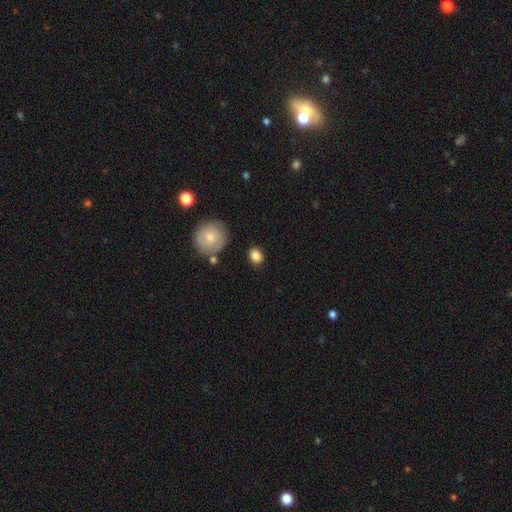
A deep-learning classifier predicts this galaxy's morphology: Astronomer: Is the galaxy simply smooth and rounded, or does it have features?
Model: smooth — 86%.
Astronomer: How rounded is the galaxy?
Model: round — 61% (runner-up: in between, 38%).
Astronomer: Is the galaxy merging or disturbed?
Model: none — 84%.